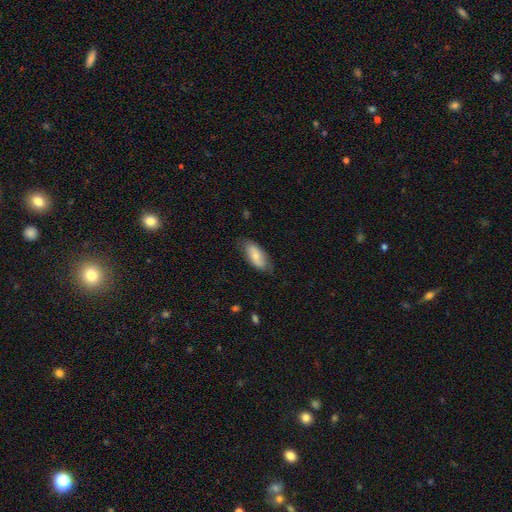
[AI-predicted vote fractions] A smooth galaxy with no disk features (66%) that is in between round and cigar-shaped (90%). Merging: none (72%).